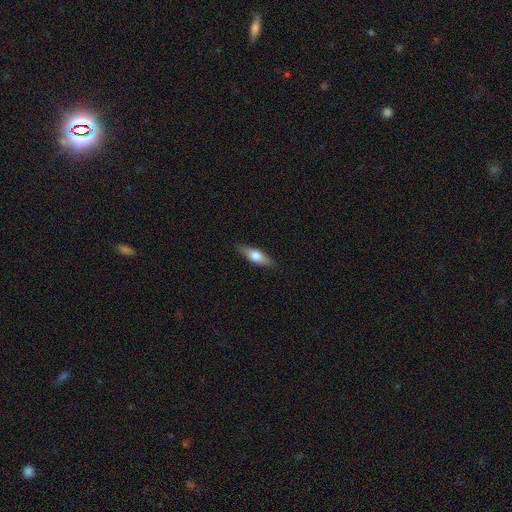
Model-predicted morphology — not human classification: Smooth or featured: smooth — 57% (featured or disk — 37%)
How rounded: in between — 53% (cigar-shaped — 44%)
Merging: none — 87% (minor disturbance — 10%)